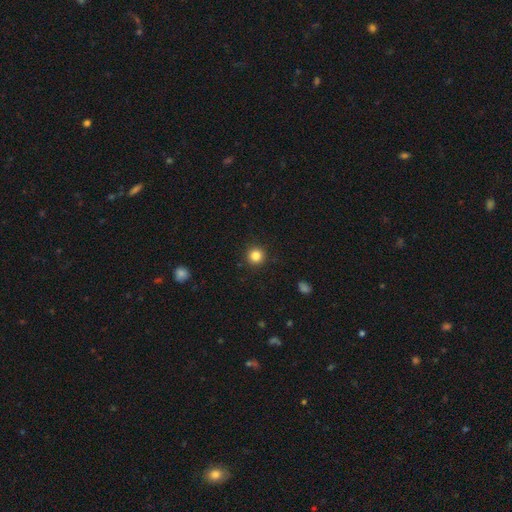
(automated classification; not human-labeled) smooth 84%, star or artifact 12%, featured or disk 4%. Down the decision tree: how rounded — round (95%); merging — none (92%).